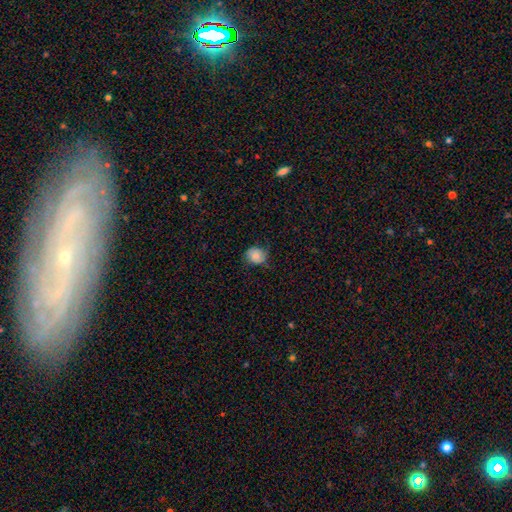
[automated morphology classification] smooth 77%, featured or disk 15%, star or artifact 8%. Down the decision tree: how rounded — round (68%); merging — none (67%).